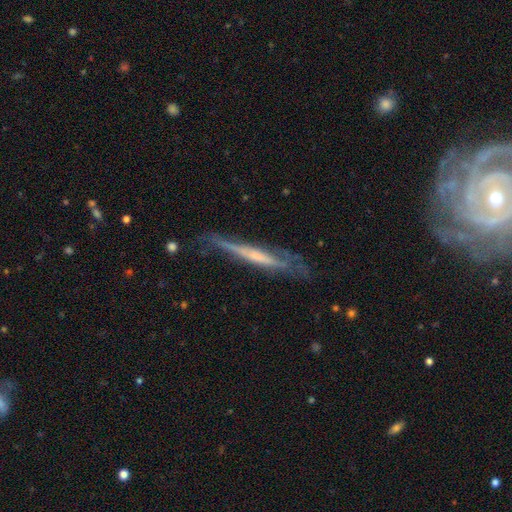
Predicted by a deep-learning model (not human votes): This is likely a featured or disk galaxy (62%). It is clearly viewed edge-on (89%). Edge-on bulge: likely none (63%). Merging: likely none (61%).